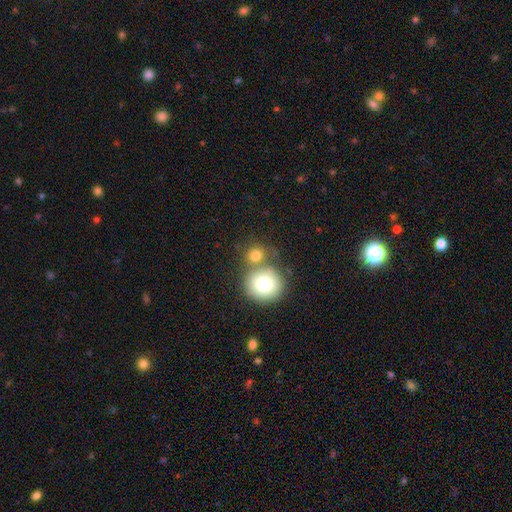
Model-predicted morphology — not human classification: Smooth or featured? smooth (78%)
How rounded? round (84%)
Merging? none (51%)